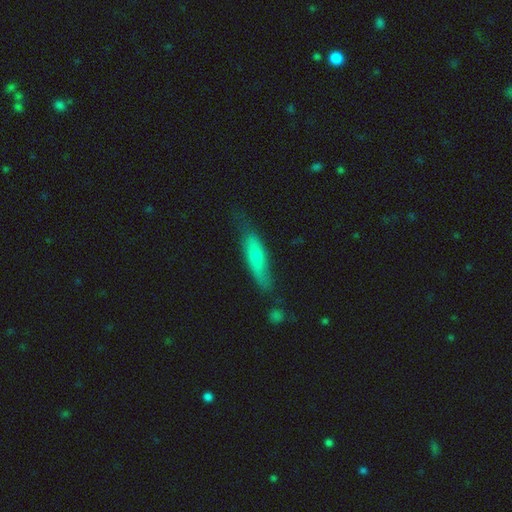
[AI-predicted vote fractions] The model was most divided on "smooth or featured": smooth: 55%, featured or disk: 37%, star or artifact: 7%. More confident: how rounded — cigar-shaped (72%); merging — none (62%).